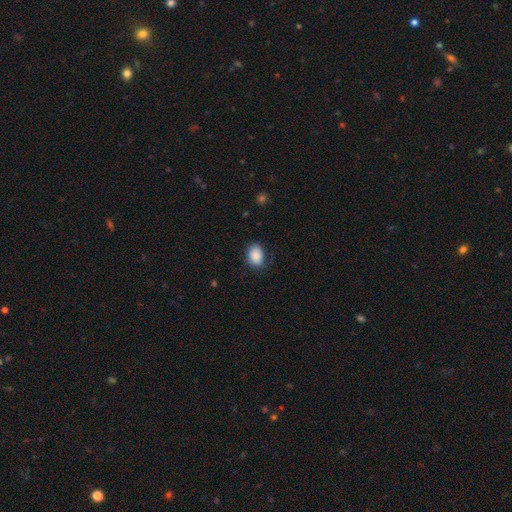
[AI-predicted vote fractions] smooth_or_featured: smooth (p=0.88) [alt: star or artifact p=0.07]
how_rounded: in between (p=0.80) [alt: round p=0.19]
merging: none (p=0.76) [alt: minor disturbance p=0.19]